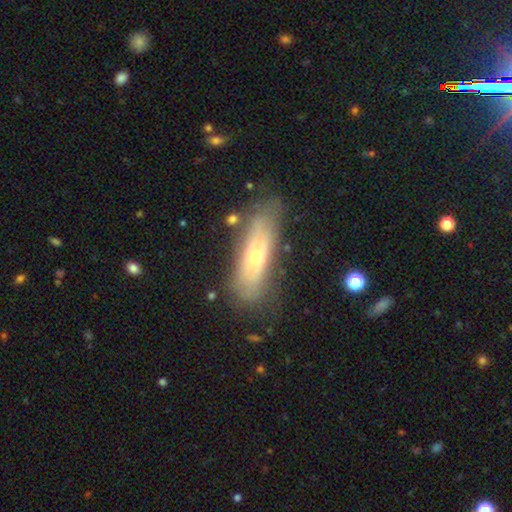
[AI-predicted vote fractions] Overall: featured or disk (49%; smooth 44%). Merging: none (72%).